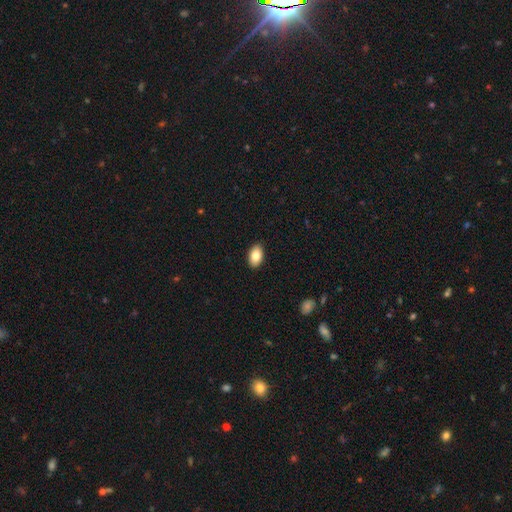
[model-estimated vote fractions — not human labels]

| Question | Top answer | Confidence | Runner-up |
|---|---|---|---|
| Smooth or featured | smooth | 83% | featured or disk (10%) |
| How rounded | in between | 92% | round (6%) |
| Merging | none | 91% | minor disturbance (7%) |